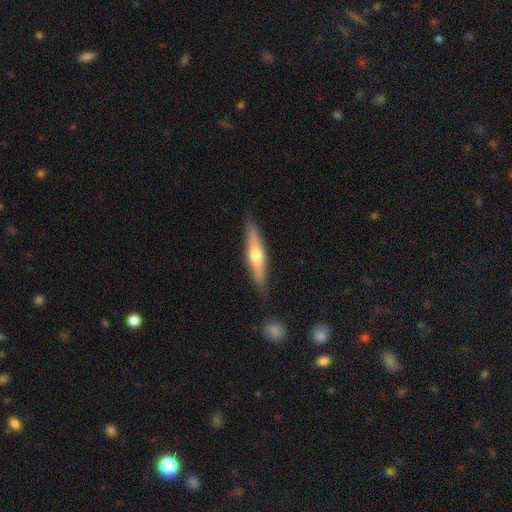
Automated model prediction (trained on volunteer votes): featured or disk 50%, smooth 45%, star or artifact 5%. Down the decision tree: merging — none (85%).